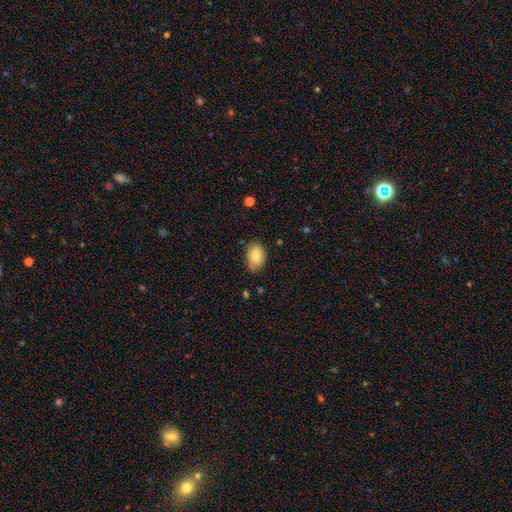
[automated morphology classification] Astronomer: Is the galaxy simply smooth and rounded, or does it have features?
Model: smooth — 78%.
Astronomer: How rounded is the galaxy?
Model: in between — 85%.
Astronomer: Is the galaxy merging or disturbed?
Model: none — 70%.